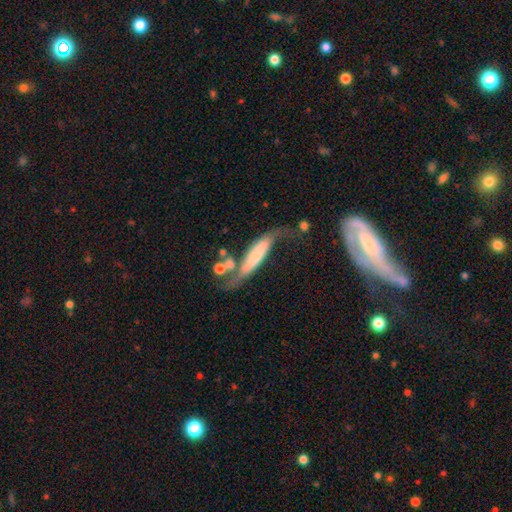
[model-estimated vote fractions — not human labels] The model was most divided on "smooth or featured": featured or disk: 47%, smooth: 45%, star or artifact: 8%. Remaining: merging — none (31%).